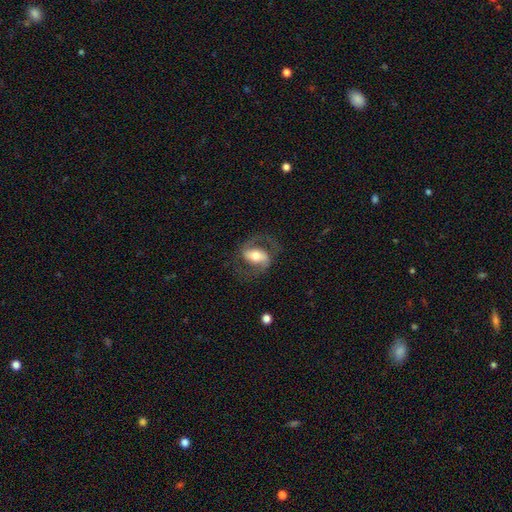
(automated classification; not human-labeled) featured or disk 77%, smooth 18%, star or artifact 6%. Down the decision tree: edge-on disk — no (96%); bar — strong (48%); spiral arms — yes (90%); spiral arm count — 2 (89%); spiral winding — medium (55%); bulge size — moderate (64%); merging — none (71%).